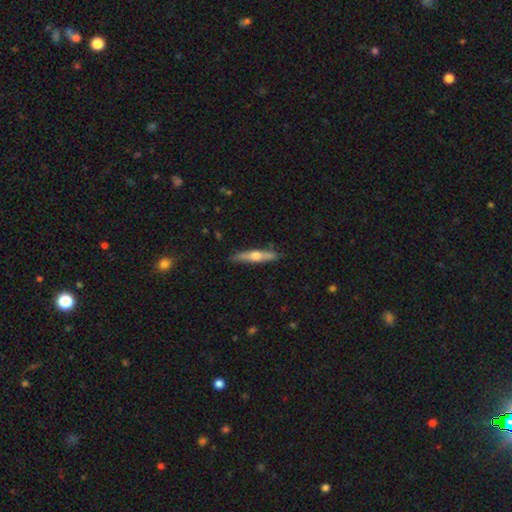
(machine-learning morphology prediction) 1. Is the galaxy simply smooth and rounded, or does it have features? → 52% featured or disk, 43% smooth, 6% star or artifact.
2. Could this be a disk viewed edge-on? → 91% yes, 9% no.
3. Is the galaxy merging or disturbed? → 86% none, 11% minor disturbance, 2% major disturbance, 2% merger.